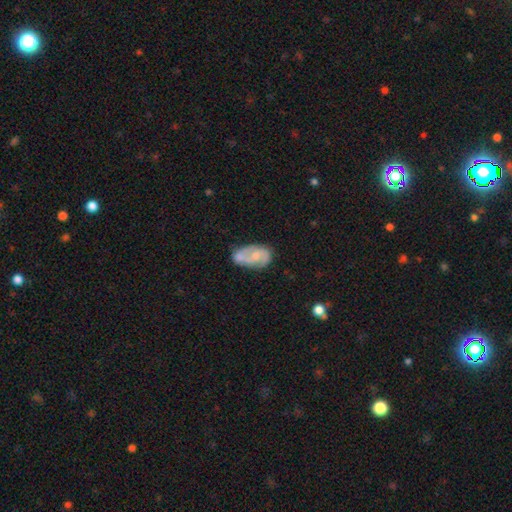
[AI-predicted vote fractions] This is likely a featured or disk galaxy (64%). It is clearly not viewed edge-on (97%). Bar: possibly no (58%). Spiral arm pattern: likely yes (80%). Central bulge: possibly small (47%). Merging: marginally none (45%).